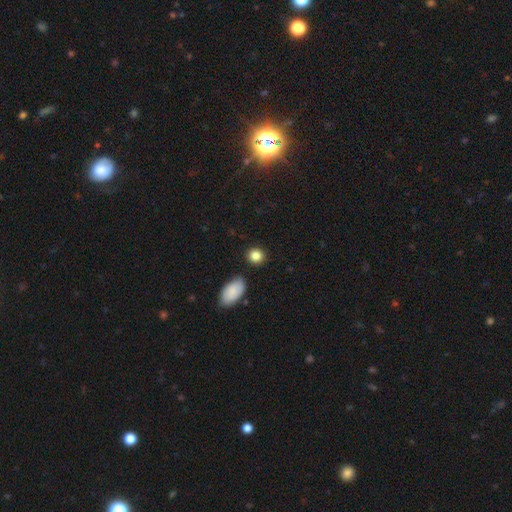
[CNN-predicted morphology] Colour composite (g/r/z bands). It shows a smooth galaxy with no disk features (86%) that is round (80%). Merging: none (84%).